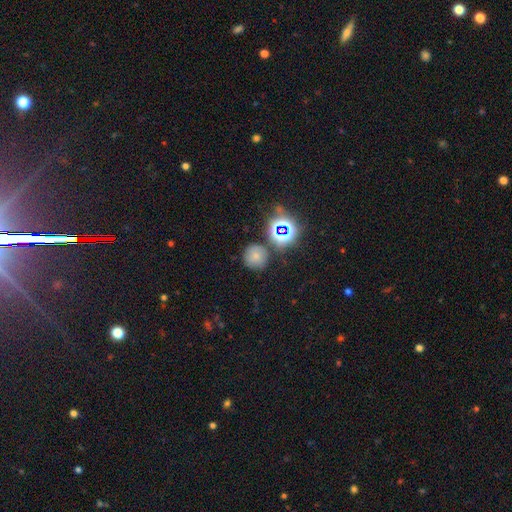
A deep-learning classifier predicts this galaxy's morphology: A smooth galaxy with no disk features (64%) that is round (91%).

Vote fractions:
- Smooth or featured? smooth: 64% / star or artifact: 24% / featured or disk: 12%
- How rounded? round: 91% / in between: 8% / cigar-shaped: 1%
- Merging? none: 77% / minor disturbance: 12% / merger: 7% / major disturbance: 4%